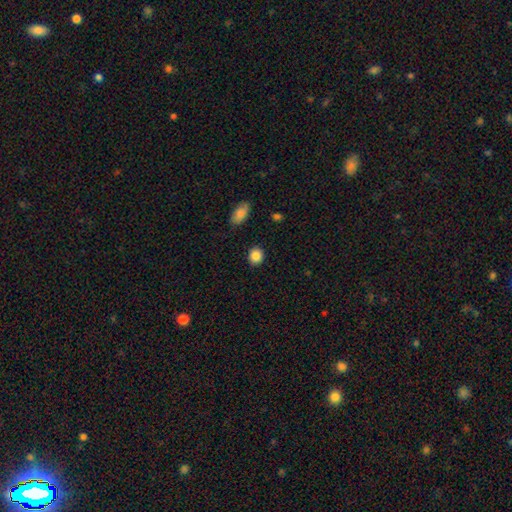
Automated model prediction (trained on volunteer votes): A smooth galaxy with no disk features (87%) that is round (75%).

Vote fractions:
- Smooth or featured? smooth: 87% / star or artifact: 9% / featured or disk: 4%
- How rounded? round: 75% / in between: 24% / cigar-shaped: 1%
- Merging? none: 90% / minor disturbance: 6% / major disturbance: 2% / merger: 2%